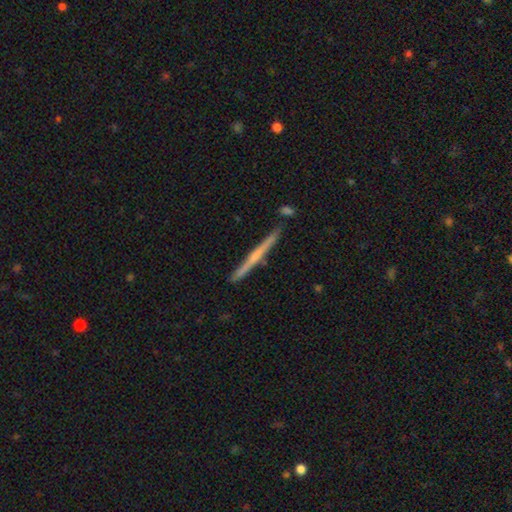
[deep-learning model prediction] This is likely a featured or disk galaxy (64%). It is clearly viewed edge-on (98%). Edge-on bulge: possibly none (49%). Merging: clearly none (86%).